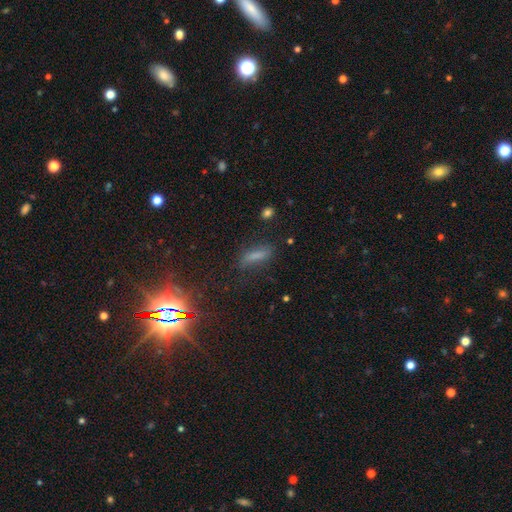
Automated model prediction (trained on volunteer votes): Morphology: type=smooth (67%); roundness=cigar-shaped (57%); merging=none (68%).